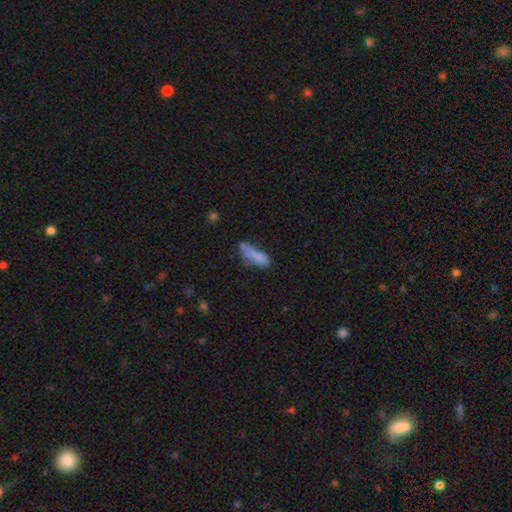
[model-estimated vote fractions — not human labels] The model was most divided on "merging": none: 32%, minor disturbance: 28%, major disturbance: 22%, merger: 19%. More confident: smooth or featured — smooth (72%); how rounded — in between (52%).